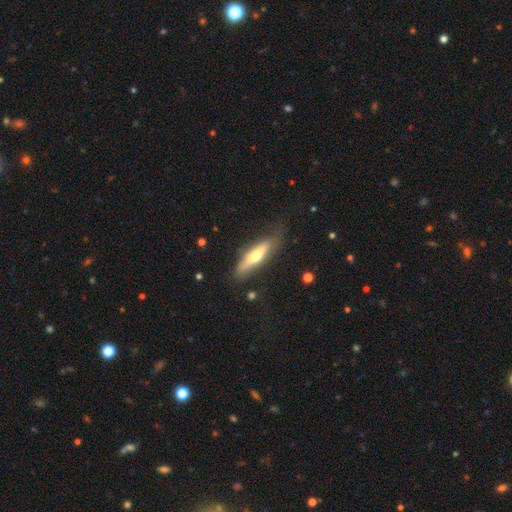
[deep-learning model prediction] The model was most divided on "smooth or featured": smooth: 49%, featured or disk: 45%, star or artifact: 6%. More confident: merging — none (69%).